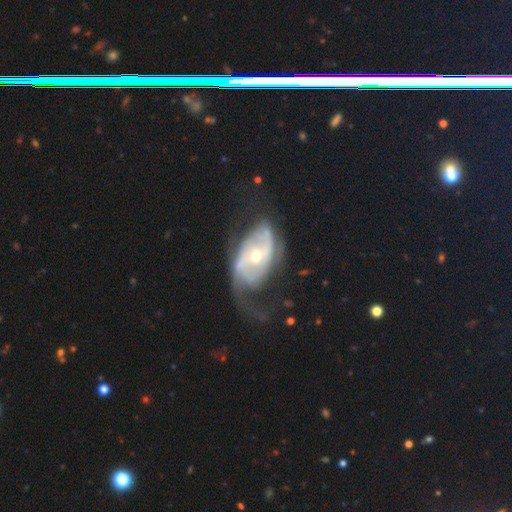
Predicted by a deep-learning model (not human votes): A featured or disk galaxy (81%) with no bar (52%), 2 (69%) loose (41%) spiral arms (85%) and a small central bulge (54%). Merging: none (42%).